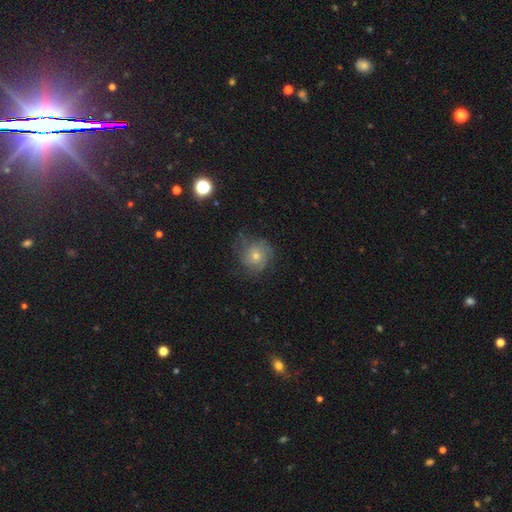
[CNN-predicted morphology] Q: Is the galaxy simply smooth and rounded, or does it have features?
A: featured or disk — 51%.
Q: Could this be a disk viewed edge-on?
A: no — 97%.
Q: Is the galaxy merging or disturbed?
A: none — 67%.